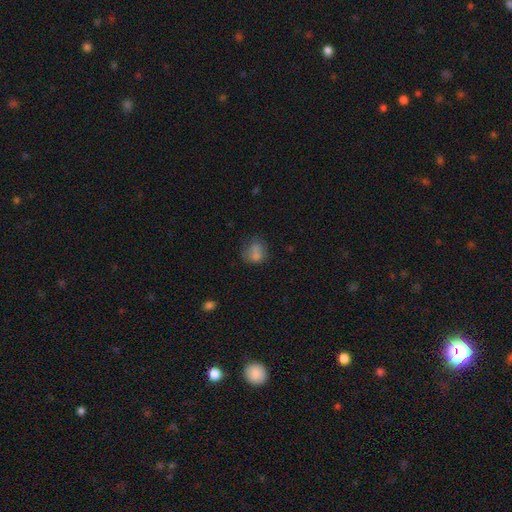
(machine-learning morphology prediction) type=smooth (69%); roundness=round (62%); merging=none (44%).